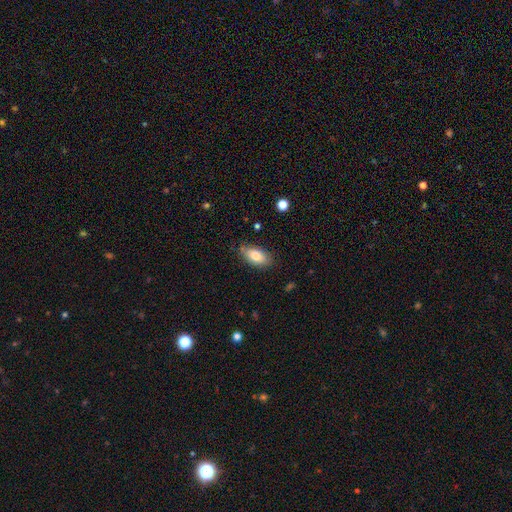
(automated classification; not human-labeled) smooth 79%, featured or disk 14%, star or artifact 7%. Down the decision tree: how rounded — in between (89%); merging — none (79%).